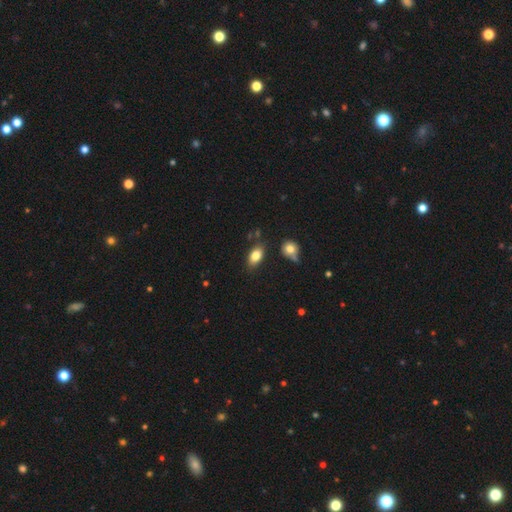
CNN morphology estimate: Smooth or featured? Predicted: smooth (p=0.82). How rounded? Predicted: in between (p=0.89). Merging? Predicted: none (p=0.77).